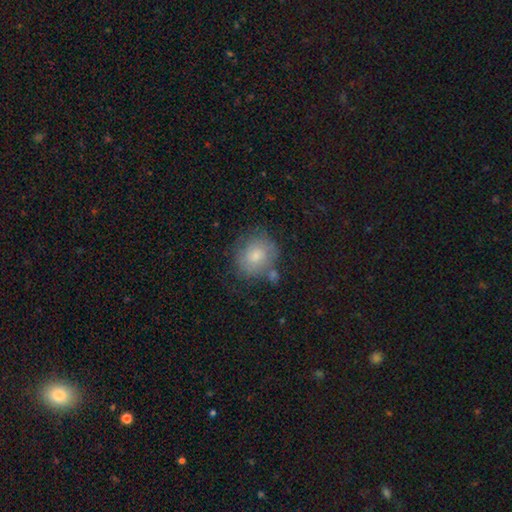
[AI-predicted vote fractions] A smooth galaxy with no disk features (70%) that is round (76%).

Vote fractions:
- Smooth or featured? smooth: 70% / featured or disk: 19% / star or artifact: 11%
- How rounded? round: 76% / in between: 23% / cigar-shaped: 1%
- Merging? none: 69% / minor disturbance: 19% / merger: 6% / major disturbance: 6%